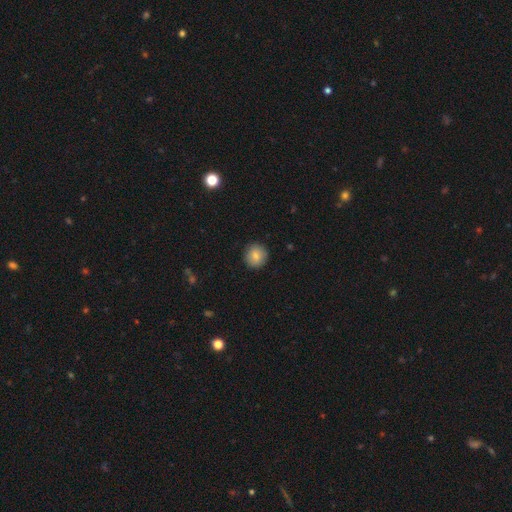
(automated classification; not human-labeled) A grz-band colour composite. It shows a smooth galaxy with no disk features (82%) that is round (92%). Merging: none (90%).